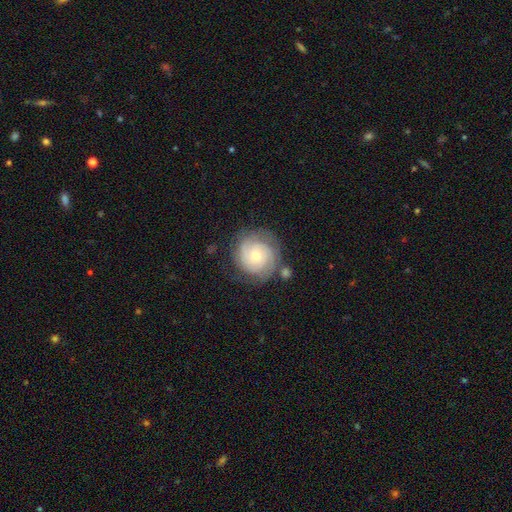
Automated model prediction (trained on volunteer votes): smooth_or_featured: featured or disk (p=0.76) [alt: smooth p=0.18]
disk_edge_on: no (p=0.98) [alt: yes p=0.02]
bar: no (p=0.73) [alt: weak p=0.23]
has_spiral_arms: yes (p=0.95) [alt: no p=0.05]
spiral_winding: tight (p=0.75) [alt: medium p=0.20]
spiral_arm_count: 2 (p=0.30) [alt: can't tell p=0.28]
bulge_size: small (p=0.51) [alt: moderate p=0.44]
merging: none (p=0.74) [alt: minor disturbance p=0.16]